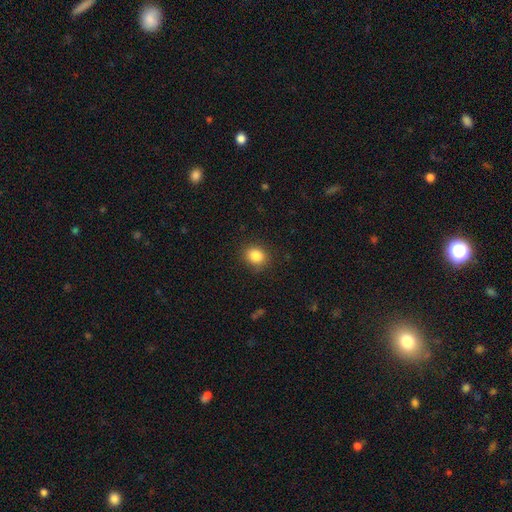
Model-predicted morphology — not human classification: Smooth or featured?
  - smooth: 85% *
  - star or artifact: 10%
  - featured or disk: 5%
How rounded?
  - round: 67% *
  - in between: 32%
  - cigar-shaped: 1%
Merging?
  - none: 86% *
  - minor disturbance: 10%
  - major disturbance: 3%
  - merger: 1%